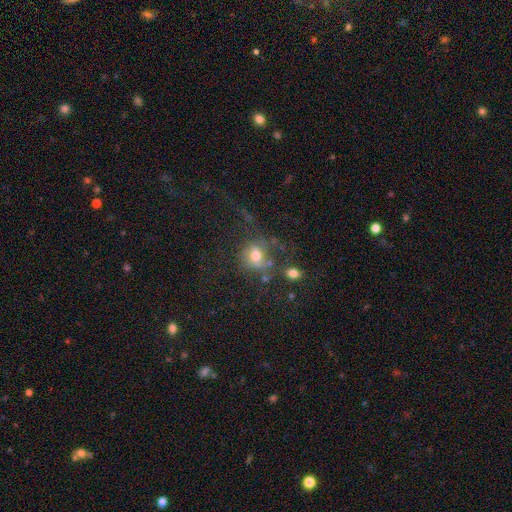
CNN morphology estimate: The model was most divided on "merging": none: 48%, major disturbance: 23%, minor disturbance: 19%, merger: 10%. More confident: how rounded — round (68%); smooth or featured — smooth (58%).